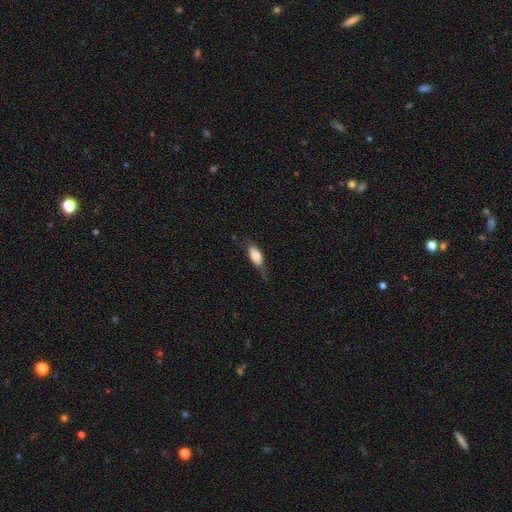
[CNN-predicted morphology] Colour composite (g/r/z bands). It shows a smooth galaxy with no disk features (72%) that is in between round and cigar-shaped (78%). Merging: none (55%).